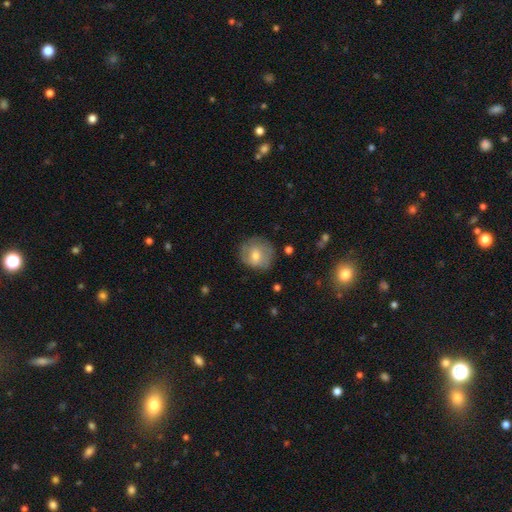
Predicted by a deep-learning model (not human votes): Smooth or featured: smooth — 54% (featured or disk — 39%)
How rounded: round — 84% (in between — 15%)
Merging: none — 74% (minor disturbance — 19%)